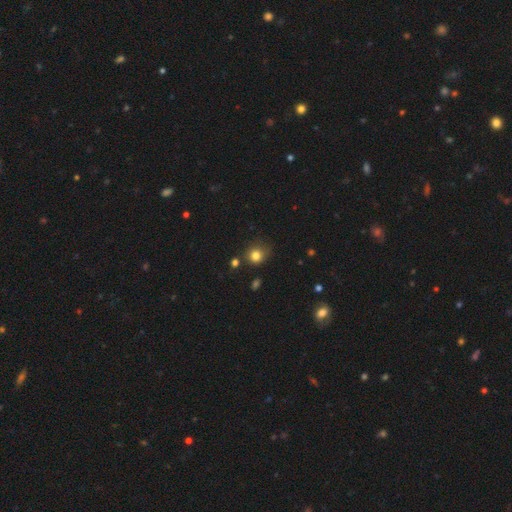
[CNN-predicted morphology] type=smooth (81%); roundness=round (82%); merging=none (69%).